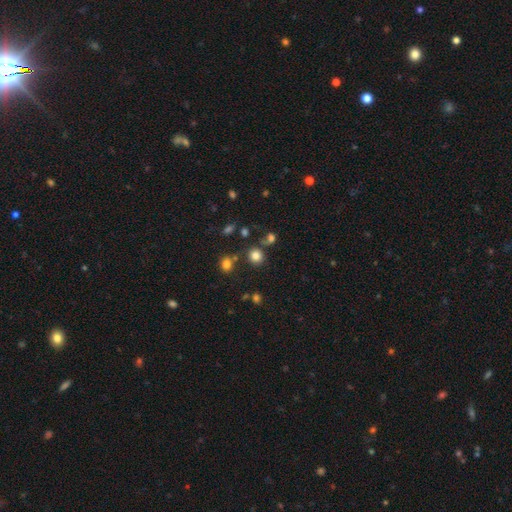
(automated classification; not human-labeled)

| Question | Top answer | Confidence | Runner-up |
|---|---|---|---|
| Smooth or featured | smooth | 80% | star or artifact (14%) |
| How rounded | round | 86% | in between (13%) |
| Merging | none | 77% | merger (10%) |